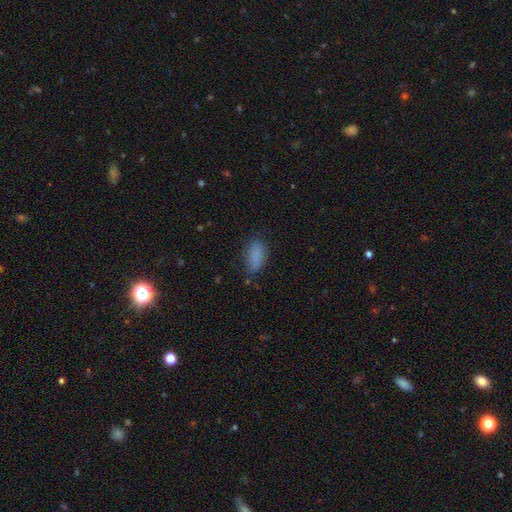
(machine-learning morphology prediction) A smooth galaxy with no disk features (84%) that is in between round and cigar-shaped (89%). Merging: none (68%).